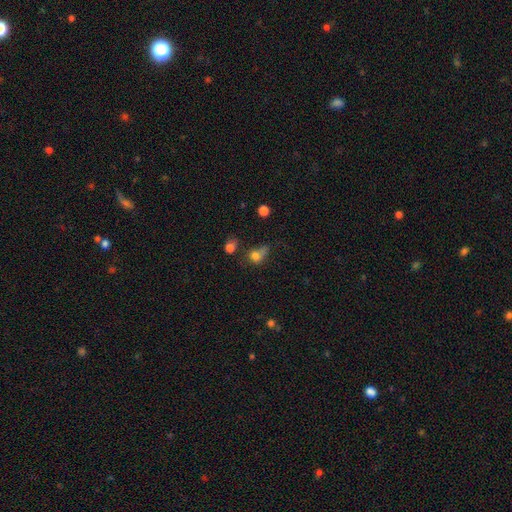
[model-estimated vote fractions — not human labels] This appears to be a smooth galaxy with no disk features (74%) that is round (57%). Merging: none (33%).